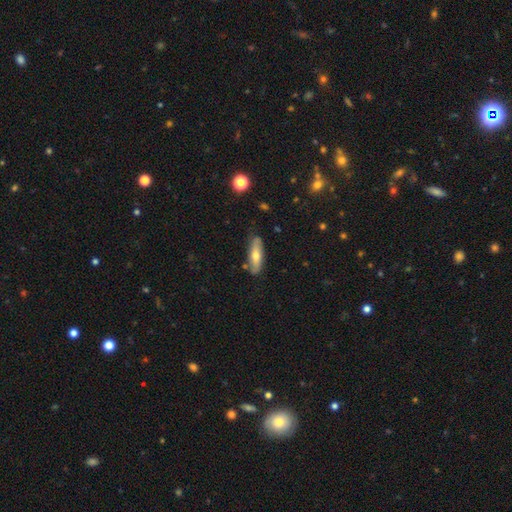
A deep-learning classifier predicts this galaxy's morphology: A smooth galaxy with no disk features (52%) that is cigar-shaped (55%).

Vote fractions:
- Smooth or featured? smooth: 52% / featured or disk: 41% / star or artifact: 7%
- How rounded? cigar-shaped: 55% / in between: 42% / round: 3%
- Merging? none: 79% / minor disturbance: 16% / major disturbance: 3% / merger: 2%